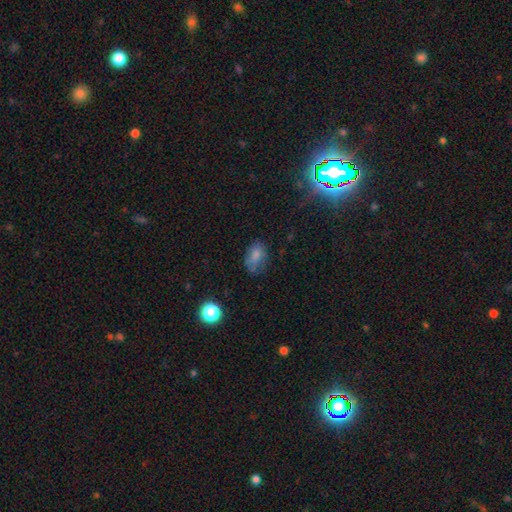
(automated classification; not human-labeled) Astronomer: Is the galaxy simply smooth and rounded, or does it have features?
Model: smooth — 74%.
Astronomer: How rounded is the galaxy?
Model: in between — 84%.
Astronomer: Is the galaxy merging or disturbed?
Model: none — 54%.